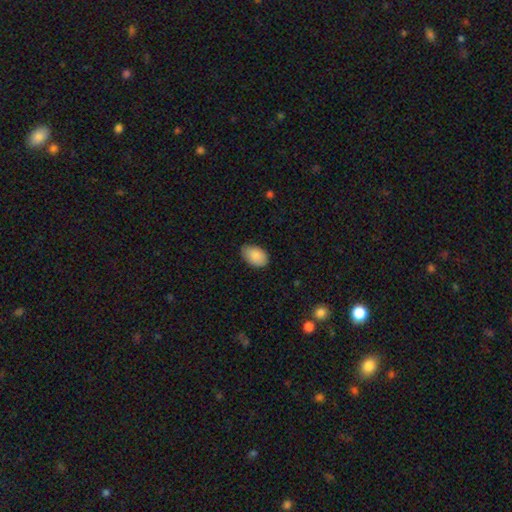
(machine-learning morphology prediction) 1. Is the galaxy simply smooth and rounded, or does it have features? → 88% smooth, 7% star or artifact, 5% featured or disk.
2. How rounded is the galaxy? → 89% in between, 9% round, 1% cigar-shaped.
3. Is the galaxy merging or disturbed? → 76% none, 20% minor disturbance, 3% major disturbance, 1% merger.